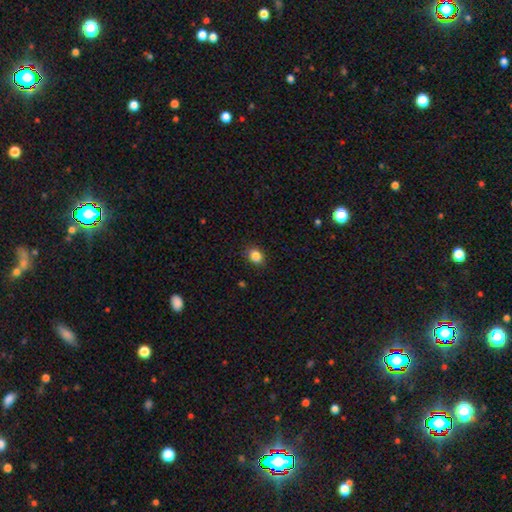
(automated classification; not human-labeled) Q: Smooth or featured?
A: smooth (85%); runner-up: star or artifact (10%)
Q: How rounded?
A: in between (52%); runner-up: round (47%)
Q: Merging?
A: none (86%); runner-up: minor disturbance (10%)